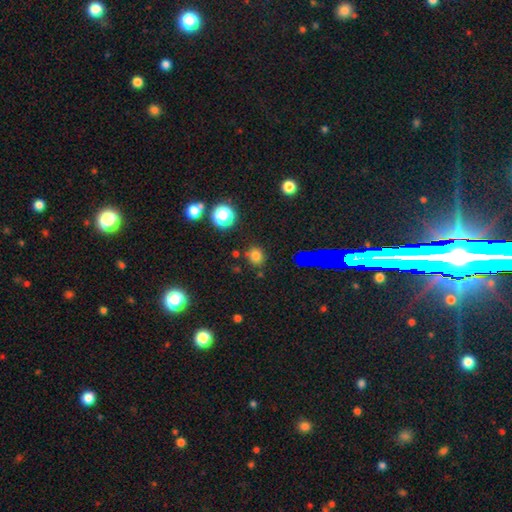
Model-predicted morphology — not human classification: type=smooth (73%); roundness=round (81%); merging=none (83%).